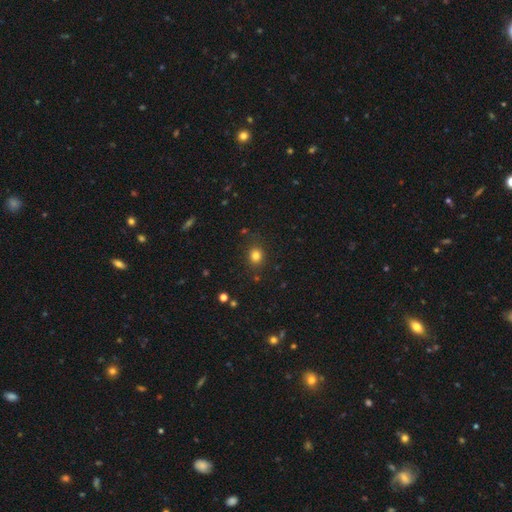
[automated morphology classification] Q: Smooth or featured?
A: smooth (81%); runner-up: star or artifact (14%)
Q: How rounded?
A: round (68%); runner-up: in between (31%)
Q: Merging?
A: none (84%); runner-up: minor disturbance (10%)